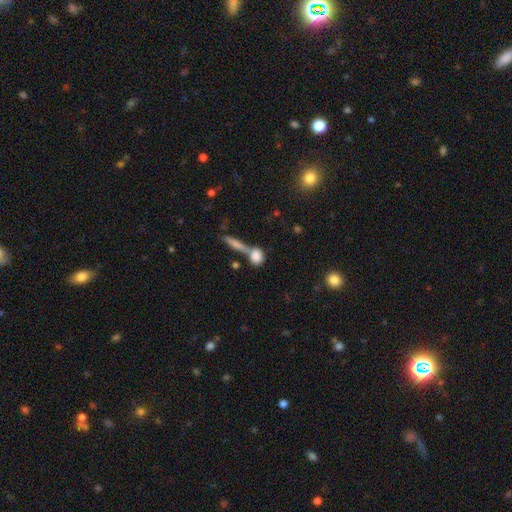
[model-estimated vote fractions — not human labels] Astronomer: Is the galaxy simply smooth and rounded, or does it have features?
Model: smooth — 79%.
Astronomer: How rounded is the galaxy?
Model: round — 54% (runner-up: in between, 33%).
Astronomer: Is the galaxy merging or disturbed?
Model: none — 43% (runner-up: merger, 42%).